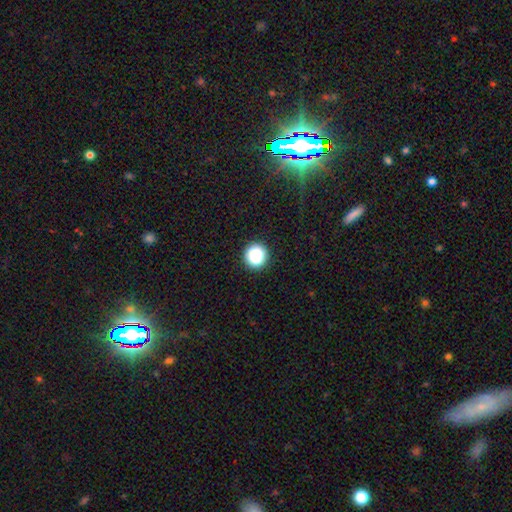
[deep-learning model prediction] This appears to be a smooth galaxy with no disk features (87%) that is round (94%). Merging: none (91%).